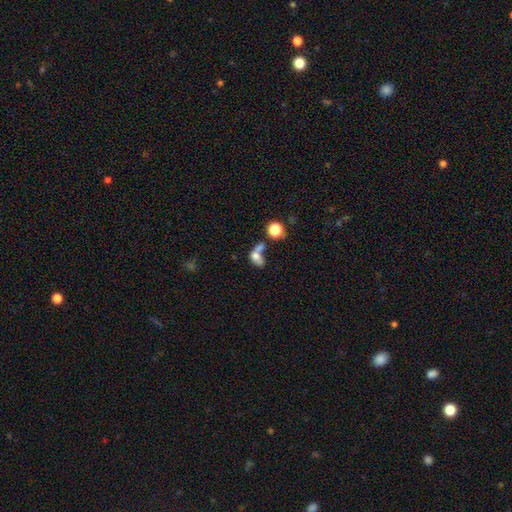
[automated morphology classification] smooth_or_featured: smooth (p=0.67) [alt: featured or disk p=0.20]
how_rounded: in between (p=0.70) [alt: round p=0.27]
merging: merger (p=0.56) [alt: none p=0.19]